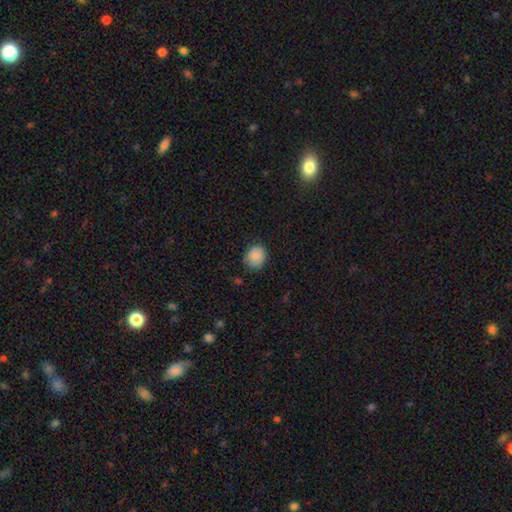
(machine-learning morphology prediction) smooth-or-featured: smooth: 87% | star or artifact: 8% | featured or disk: 4%
  how-rounded: round: 70% | in between: 30% | cigar-shaped: 1%
  merging: none: 77% | minor disturbance: 18% | major disturbance: 3% | merger: 1%